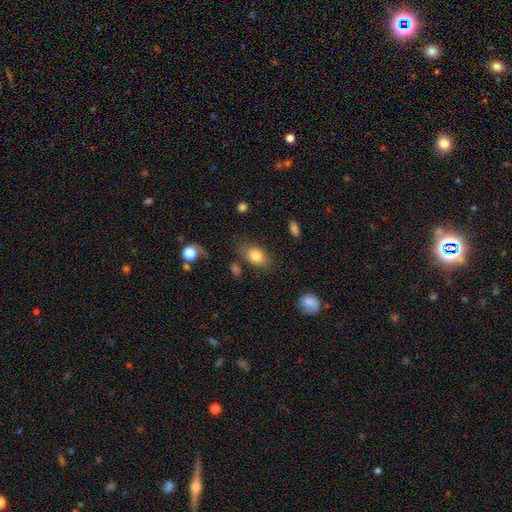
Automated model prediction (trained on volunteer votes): This appears to be a smooth galaxy with no disk features (81%) that is in between round and cigar-shaped (85%). Merging: none (74%).